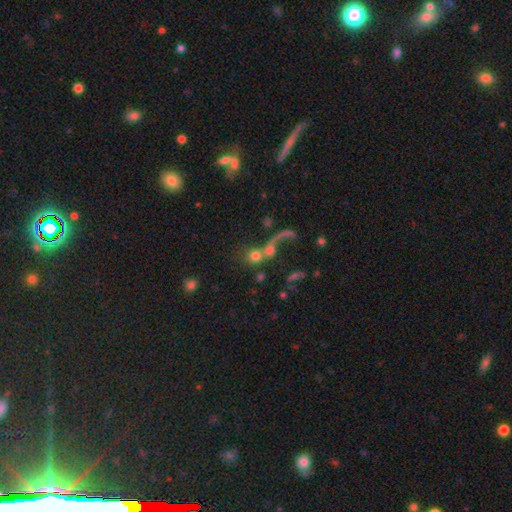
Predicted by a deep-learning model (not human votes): smooth_or_featured: smooth (p=0.65) [alt: featured or disk p=0.22]
how_rounded: round (p=0.81) [alt: in between p=0.16]
merging: merger (p=0.49) [alt: none p=0.29]